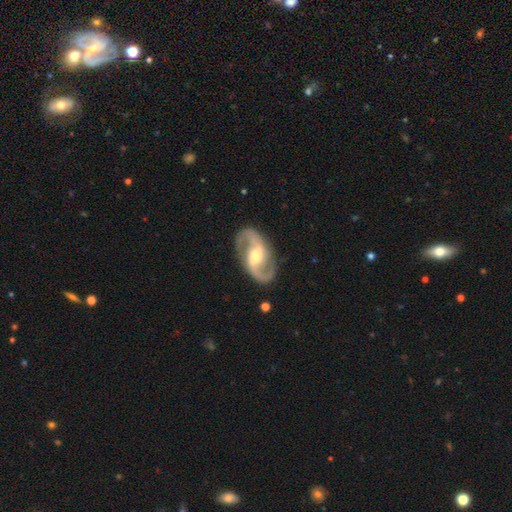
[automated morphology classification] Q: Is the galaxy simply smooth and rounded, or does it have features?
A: featured or disk — 92%.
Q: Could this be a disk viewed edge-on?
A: no — 97%.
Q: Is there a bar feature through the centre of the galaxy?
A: weak — 42%.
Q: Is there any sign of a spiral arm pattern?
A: yes — 98%.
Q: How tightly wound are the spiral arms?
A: medium — 55%.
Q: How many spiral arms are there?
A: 2 — 94%.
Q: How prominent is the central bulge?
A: moderate — 55%.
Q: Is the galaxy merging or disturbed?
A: none — 87%.